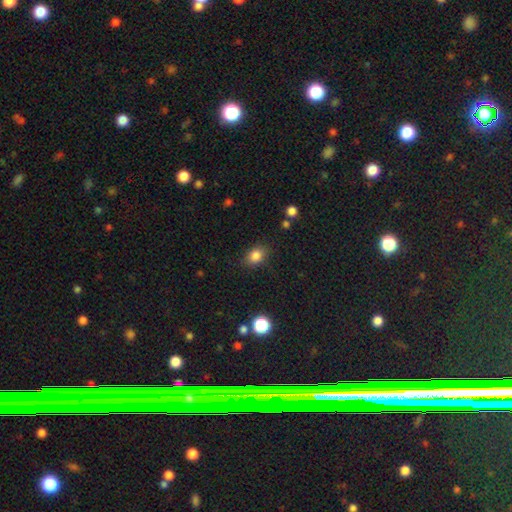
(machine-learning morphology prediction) smooth_or_featured: smooth (p=0.83) [alt: star or artifact p=0.11]
how_rounded: in between (p=0.63) [alt: round p=0.36]
merging: none (p=0.82) [alt: minor disturbance p=0.13]